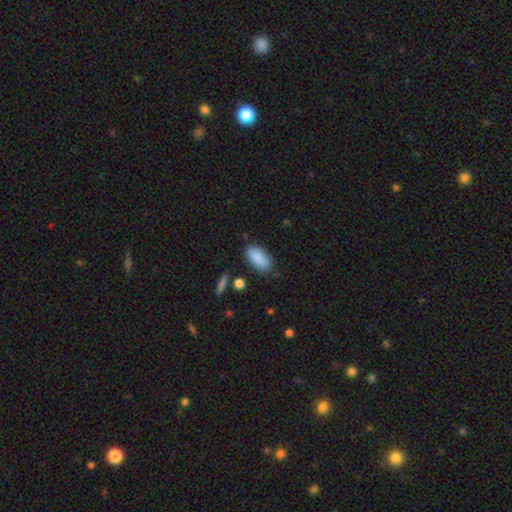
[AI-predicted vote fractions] Smooth or featured: smooth — 89% (star or artifact — 7%)
How rounded: in between — 89% (cigar-shaped — 8%)
Merging: none — 82% (minor disturbance — 13%)